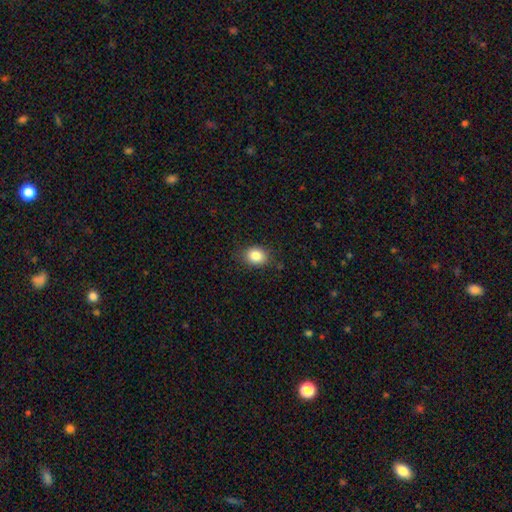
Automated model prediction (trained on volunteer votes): Overall: smooth (84%). How rounded: round (51%; in between 48%). Merging: none (83%).